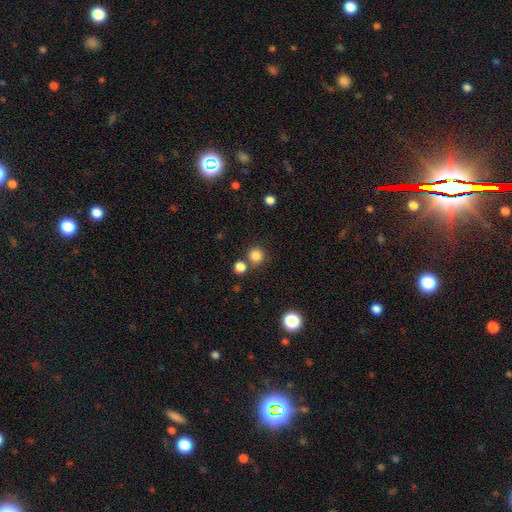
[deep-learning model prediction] This appears to be a smooth galaxy with no disk features (84%) that is round (92%). Merging: none (76%).